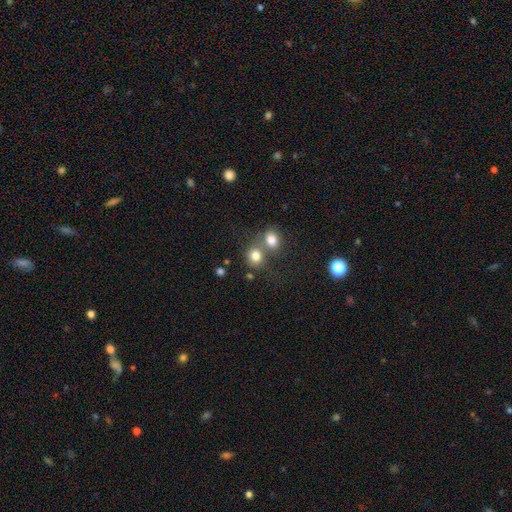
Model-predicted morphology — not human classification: type=smooth (79%); roundness=round (73%); merging=merger (44%).